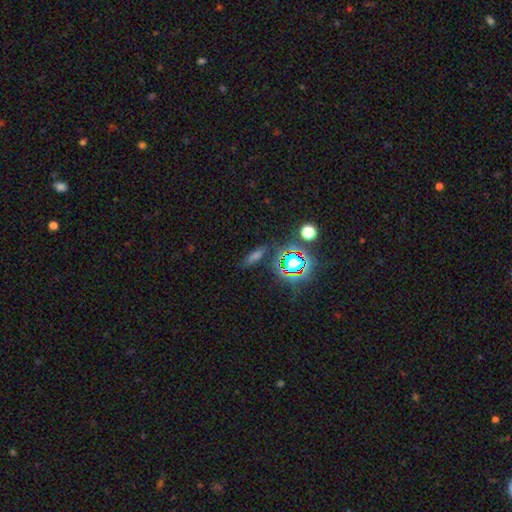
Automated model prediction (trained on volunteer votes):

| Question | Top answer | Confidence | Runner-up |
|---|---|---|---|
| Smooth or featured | smooth | 43% | star or artifact (39%) |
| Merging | none | 80% | minor disturbance (11%) |